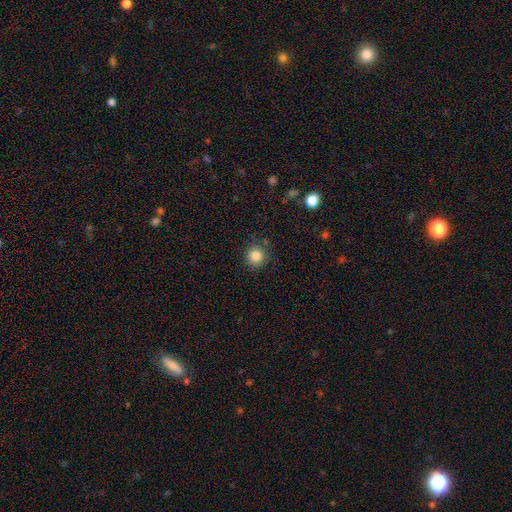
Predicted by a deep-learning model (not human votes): The model was most divided on "smooth or featured": smooth: 85%, star or artifact: 11%, featured or disk: 5%. More confident: how rounded — round (93%); merging — none (85%).